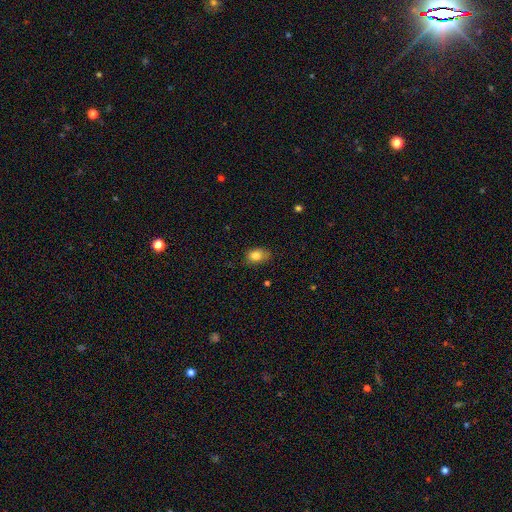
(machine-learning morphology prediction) Smooth or featured? smooth (82%)
How rounded? in between (73%)
Merging? none (71%)